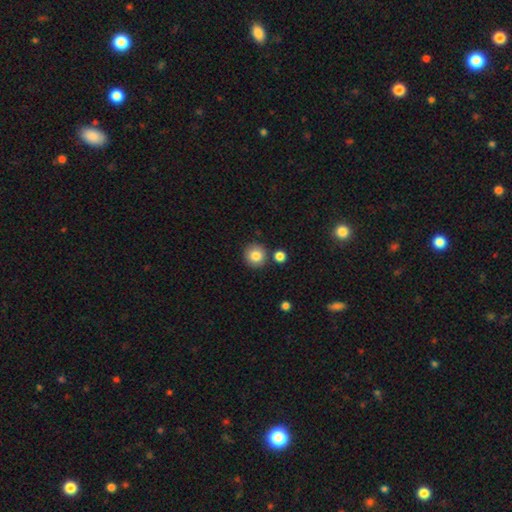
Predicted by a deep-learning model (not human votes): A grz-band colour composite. It shows a smooth galaxy with no disk features (84%) that is round (92%). Merging: none (83%).